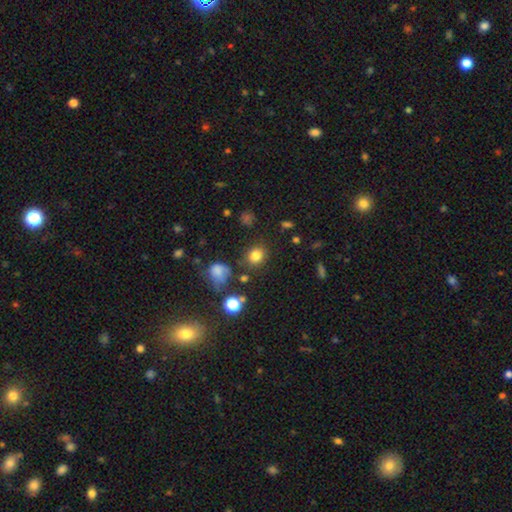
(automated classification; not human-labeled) smooth_or_featured: smooth (p=0.80) [alt: star or artifact p=0.14]
how_rounded: round (p=0.75) [alt: in between p=0.24]
merging: none (p=0.80) [alt: minor disturbance p=0.11]